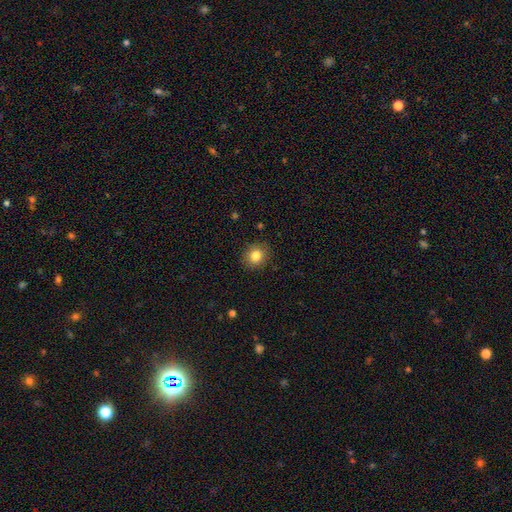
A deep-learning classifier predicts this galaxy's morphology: A smooth galaxy with no disk features (83%) that is round (82%).

Vote fractions:
- Smooth or featured? smooth: 83% / star or artifact: 10% / featured or disk: 6%
- How rounded? round: 82% / in between: 17% / cigar-shaped: 1%
- Merging? none: 89% / minor disturbance: 8% / major disturbance: 2% / merger: 1%